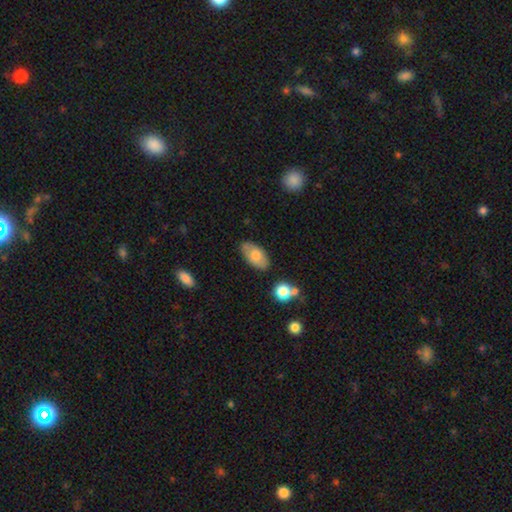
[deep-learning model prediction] Smooth or featured? Predicted: smooth (p=0.73). How rounded? Predicted: in between (p=0.93). Merging? Predicted: none (p=0.74).